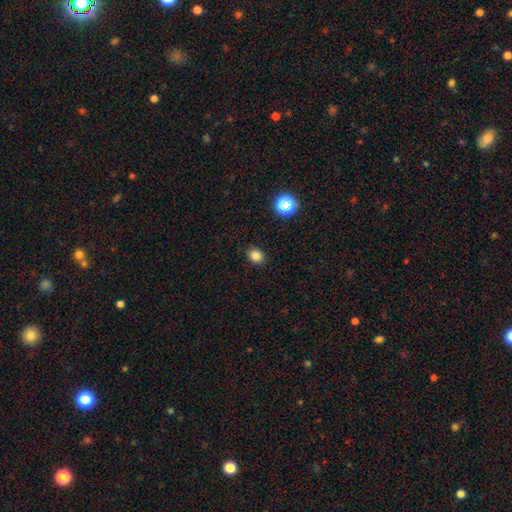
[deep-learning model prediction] This is clearly a smooth galaxy (81%). How rounded: possibly round (60%). Merging: clearly none (89%).